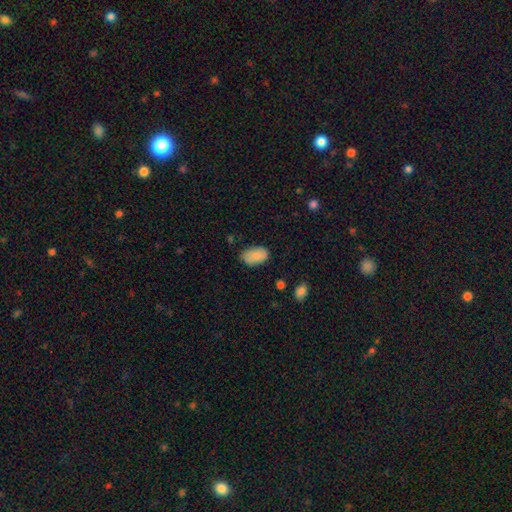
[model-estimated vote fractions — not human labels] The model was most divided on "merging": none: 74%, minor disturbance: 21%, major disturbance: 4%, merger: 2%. More confident: how rounded — in between (92%); smooth or featured — smooth (85%).